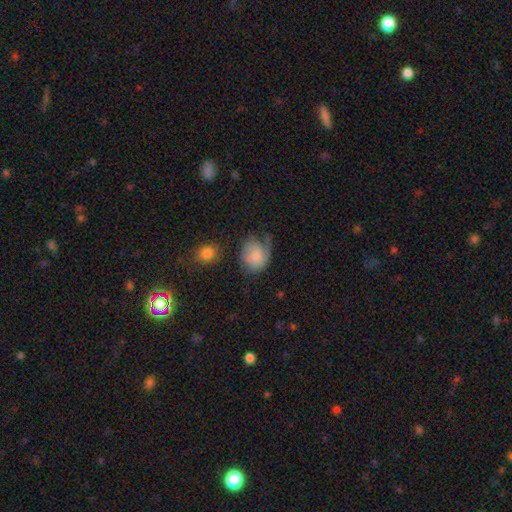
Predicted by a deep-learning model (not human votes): Smooth or featured: smooth — 57% (featured or disk — 35%)
How rounded: round — 53% (in between — 46%)
Merging: none — 38% (minor disturbance — 33%)